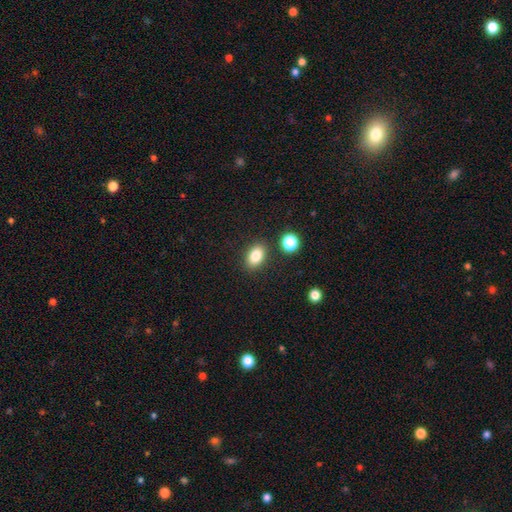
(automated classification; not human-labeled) Smooth or featured?
  - smooth: 83% *
  - star or artifact: 10%
  - featured or disk: 7%
How rounded?
  - in between: 82% *
  - round: 16%
  - cigar-shaped: 2%
Merging?
  - none: 86% *
  - minor disturbance: 8%
  - merger: 4%
  - major disturbance: 2%